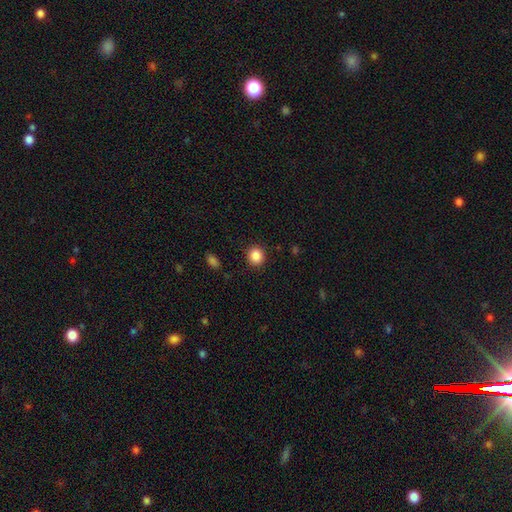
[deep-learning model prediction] smooth-or-featured: smooth: 87% | star or artifact: 10% | featured or disk: 3%
  how-rounded: round: 85% | in between: 14% | cigar-shaped: 1%
  merging: none: 90% | minor disturbance: 6% | major disturbance: 2% | merger: 1%